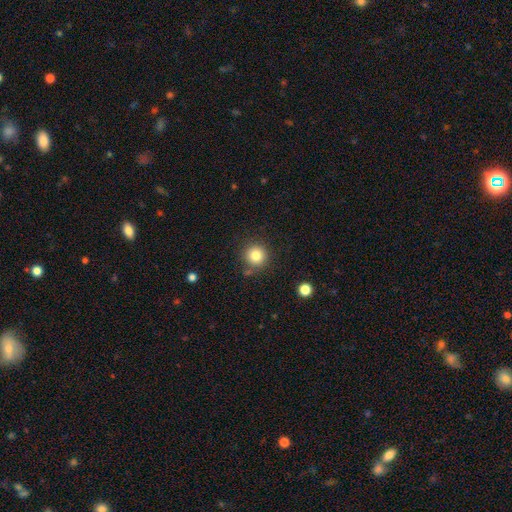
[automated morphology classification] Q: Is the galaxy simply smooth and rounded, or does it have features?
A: smooth — 82%.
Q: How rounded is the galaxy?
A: round — 94%.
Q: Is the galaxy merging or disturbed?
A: none — 82%.